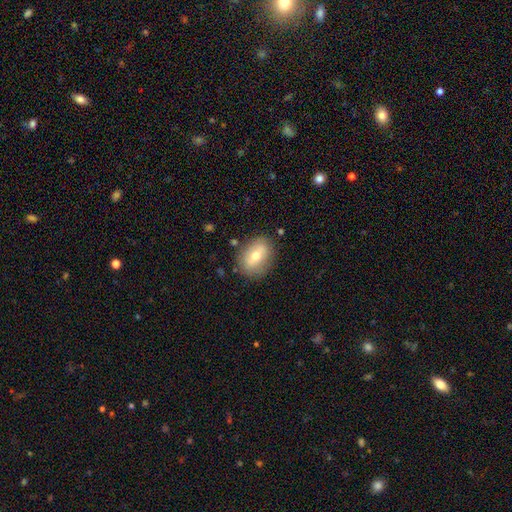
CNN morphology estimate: A smooth galaxy with no disk features (59%) that is in between round and cigar-shaped (73%). Merging: none (81%).